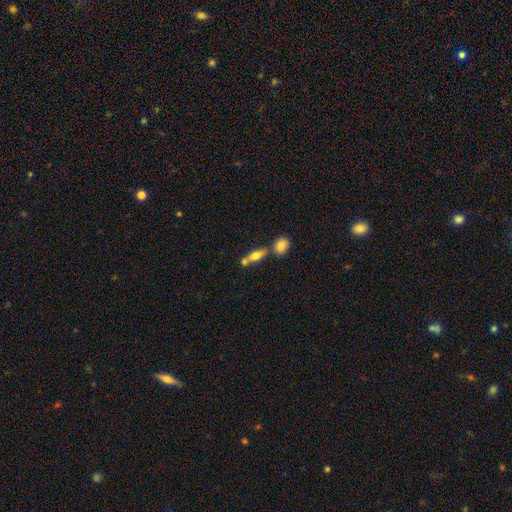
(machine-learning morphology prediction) smooth 60%, featured or disk 31%, star or artifact 9%. Down the decision tree: how rounded — in between (51%); merging — none (53%).